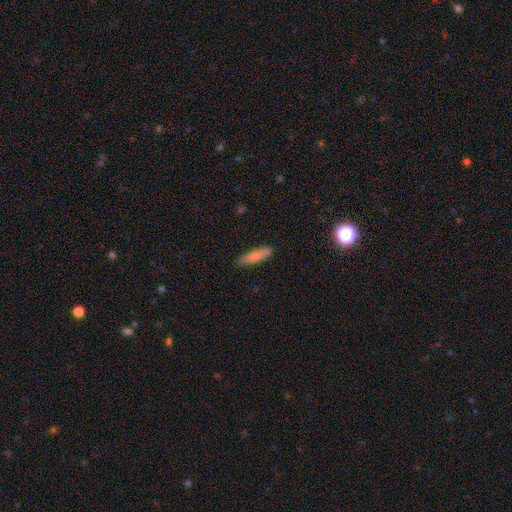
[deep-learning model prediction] The model was most divided on "how rounded": cigar-shaped: 60%, in between: 39%, round: 2%. More confident: smooth or featured — smooth (81%); merging — none (81%).